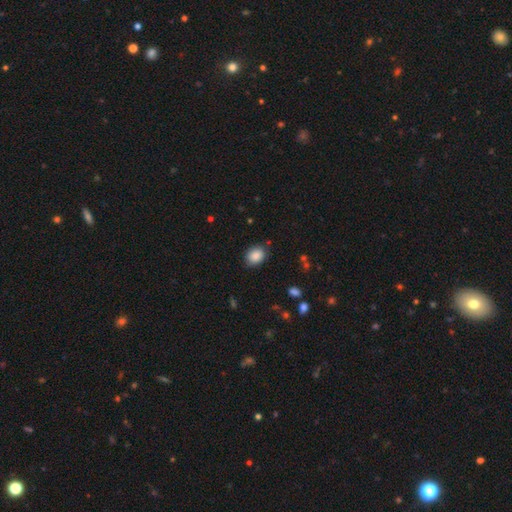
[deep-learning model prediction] Smooth or featured: smooth — 87% (star or artifact — 8%)
How rounded: in between — 55% (round — 44%)
Merging: none — 82% (minor disturbance — 13%)